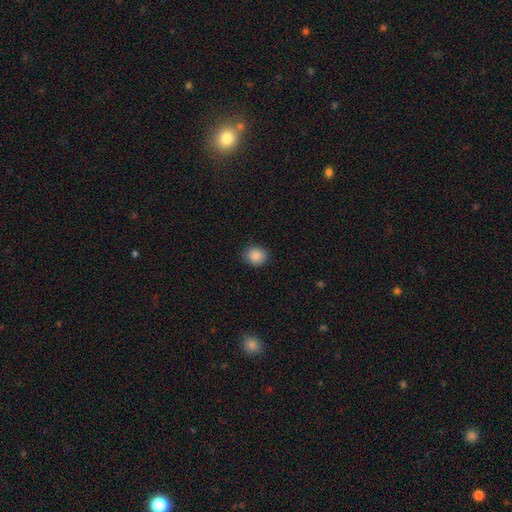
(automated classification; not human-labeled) This is clearly a smooth galaxy (88%). How rounded: likely round (74%). Merging: clearly none (87%).